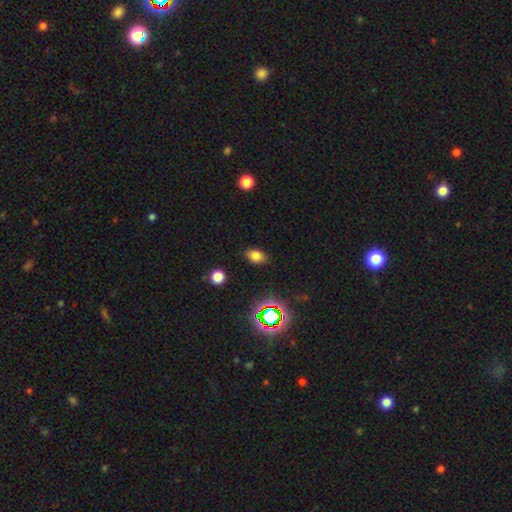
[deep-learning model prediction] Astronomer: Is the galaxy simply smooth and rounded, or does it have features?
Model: smooth — 75%.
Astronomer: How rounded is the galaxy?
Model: in between — 80%.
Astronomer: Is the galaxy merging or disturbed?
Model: none — 84%.